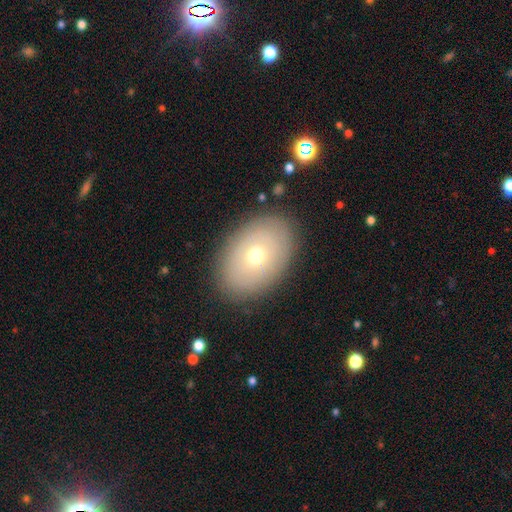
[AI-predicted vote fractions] Q: Smooth or featured?
A: smooth (60%); runner-up: featured or disk (30%)
Q: How rounded?
A: in between (82%); runner-up: round (17%)
Q: Merging?
A: none (86%); runner-up: minor disturbance (9%)